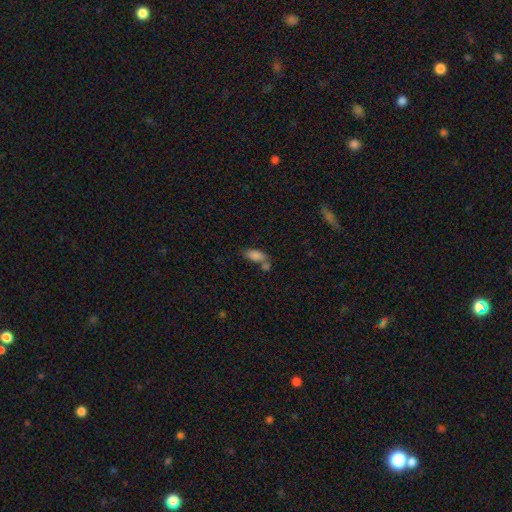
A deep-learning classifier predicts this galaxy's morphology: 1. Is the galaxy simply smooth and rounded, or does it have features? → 83% smooth, 9% star or artifact, 8% featured or disk.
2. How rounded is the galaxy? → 87% in between, 9% cigar-shaped, 4% round.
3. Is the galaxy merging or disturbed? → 41% merger, 40% none, 13% minor disturbance, 6% major disturbance.